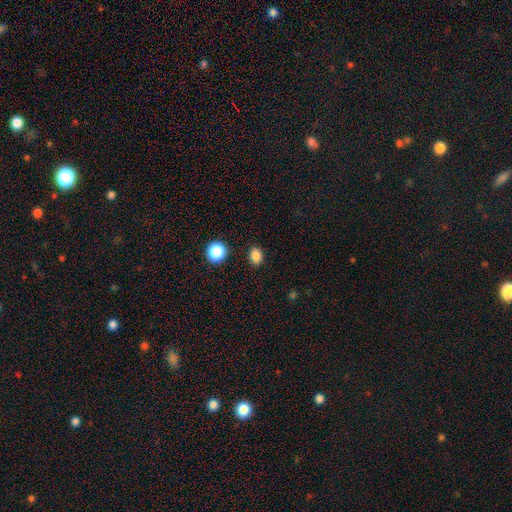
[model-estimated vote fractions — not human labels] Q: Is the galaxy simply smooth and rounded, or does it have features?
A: smooth — 85%.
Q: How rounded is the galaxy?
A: in between — 52%.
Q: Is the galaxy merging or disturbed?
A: none — 86%.